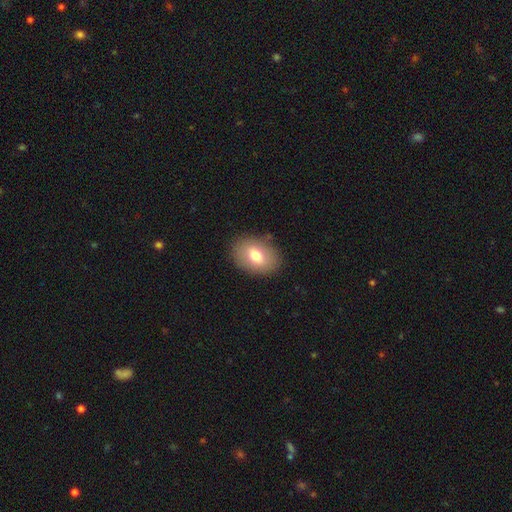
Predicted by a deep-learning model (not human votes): Morphology: type=smooth (74%); roundness=in between (79%); merging=none (86%).